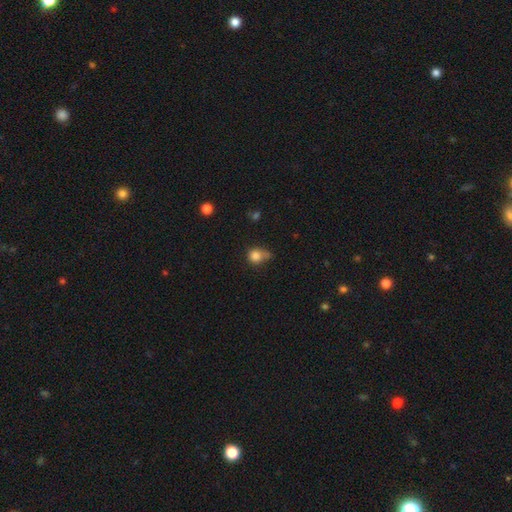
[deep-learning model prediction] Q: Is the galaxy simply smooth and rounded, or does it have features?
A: smooth — 82%.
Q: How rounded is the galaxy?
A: round — 81%.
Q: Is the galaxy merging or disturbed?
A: none — 45%.